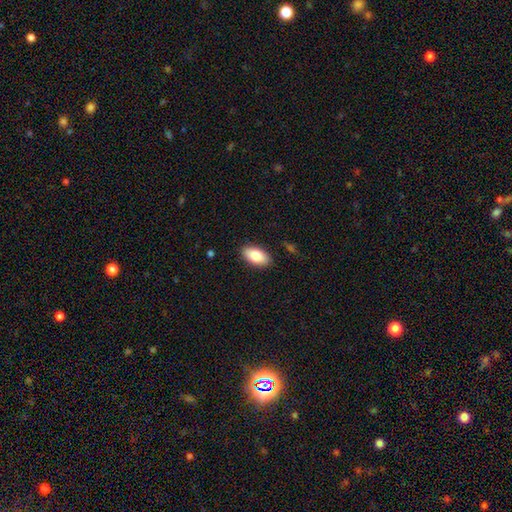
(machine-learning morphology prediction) Smooth or featured? smooth (82%)
How rounded? in between (93%)
Merging? none (88%)